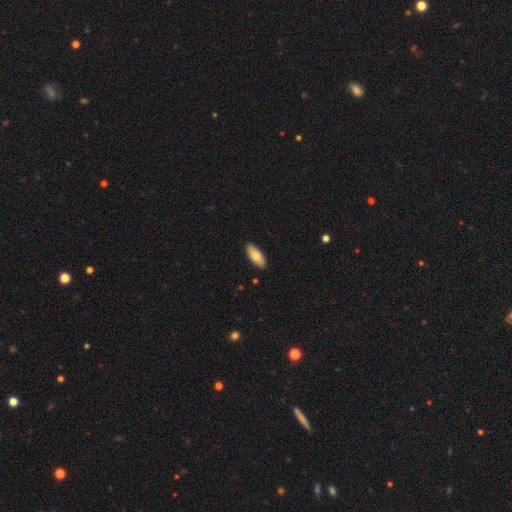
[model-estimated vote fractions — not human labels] This is likely a smooth galaxy (76%). How rounded: clearly in between (81%). Merging: clearly none (90%).